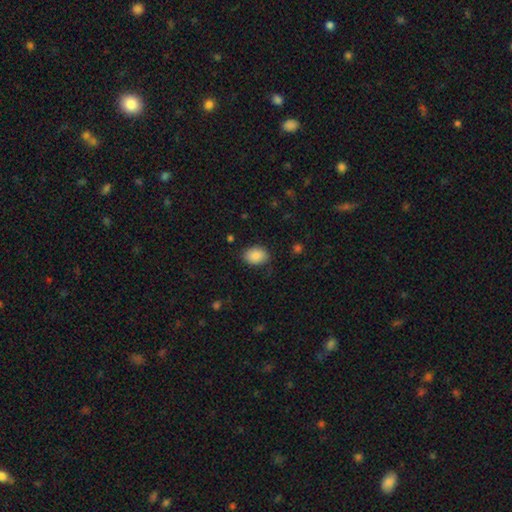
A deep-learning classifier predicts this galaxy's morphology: Smooth or featured: smooth — 88% (star or artifact — 8%)
How rounded: in between — 77% (round — 22%)
Merging: none — 80% (minor disturbance — 15%)